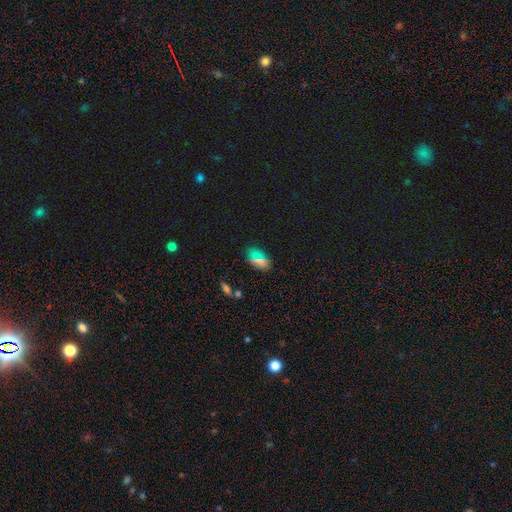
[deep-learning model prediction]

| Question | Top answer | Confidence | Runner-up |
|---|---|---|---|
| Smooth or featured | smooth | 63% | star or artifact (28%) |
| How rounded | in between | 88% | round (7%) |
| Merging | none | 80% | minor disturbance (13%) |